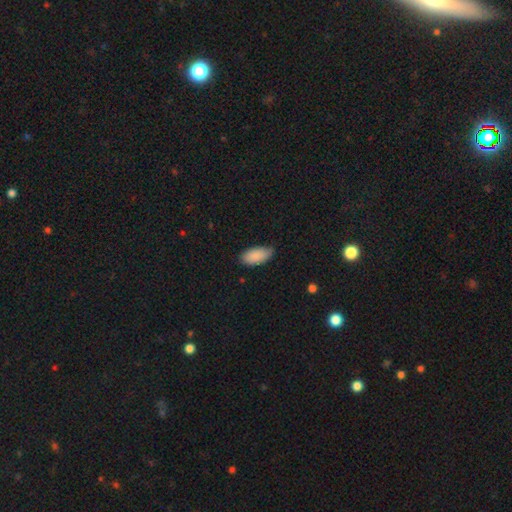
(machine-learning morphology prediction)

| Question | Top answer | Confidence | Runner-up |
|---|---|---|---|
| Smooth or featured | smooth | 89% | star or artifact (6%) |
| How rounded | in between | 92% | cigar-shaped (6%) |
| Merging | none | 72% | minor disturbance (24%) |